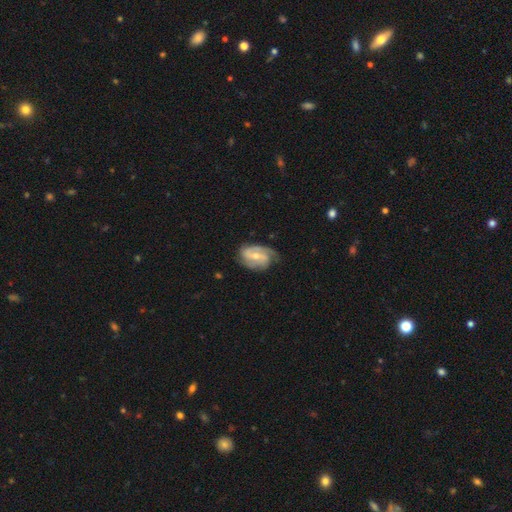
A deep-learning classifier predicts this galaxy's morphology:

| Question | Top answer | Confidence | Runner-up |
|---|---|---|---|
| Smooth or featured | featured or disk | 82% | smooth (14%) |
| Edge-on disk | no | 97% | yes (3%) |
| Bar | weak | 46% | no (29%) |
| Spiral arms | yes | 94% | no (6%) |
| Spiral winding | medium | 44% | tight (37%) |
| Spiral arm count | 2 | 52% | 3 (24%) |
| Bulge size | moderate | 49% | small (47%) |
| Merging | none | 63% | minor disturbance (26%) |